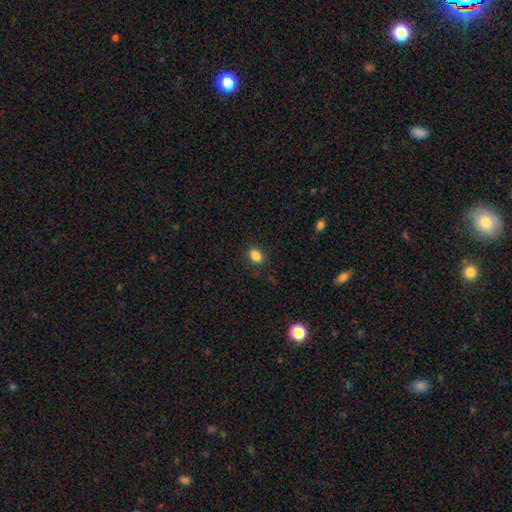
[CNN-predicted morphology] A smooth galaxy with no disk features (86%) that is in between round and cigar-shaped (74%).

Vote fractions:
- Smooth or featured? smooth: 86% / star or artifact: 10% / featured or disk: 4%
- How rounded? in between: 74% / round: 25% / cigar-shaped: 1%
- Merging? none: 86% / minor disturbance: 10% / major disturbance: 3% / merger: 1%